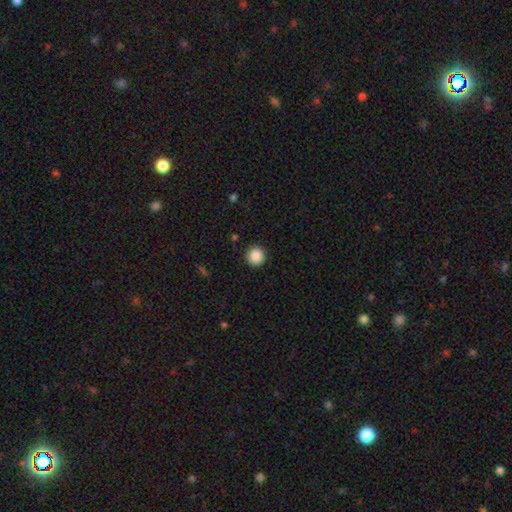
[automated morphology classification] smooth-or-featured: smooth: 89% | star or artifact: 9% | featured or disk: 3%
  how-rounded: round: 95% | in between: 4% | cigar-shaped: 1%
  merging: none: 92% | minor disturbance: 5% | major disturbance: 2% | merger: 1%